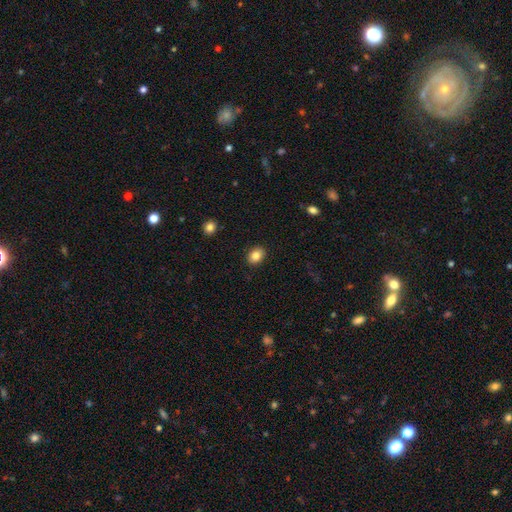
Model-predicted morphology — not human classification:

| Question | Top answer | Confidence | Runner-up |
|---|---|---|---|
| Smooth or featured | smooth | 84% | star or artifact (9%) |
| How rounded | in between | 56% | round (43%) |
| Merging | none | 90% | minor disturbance (7%) |